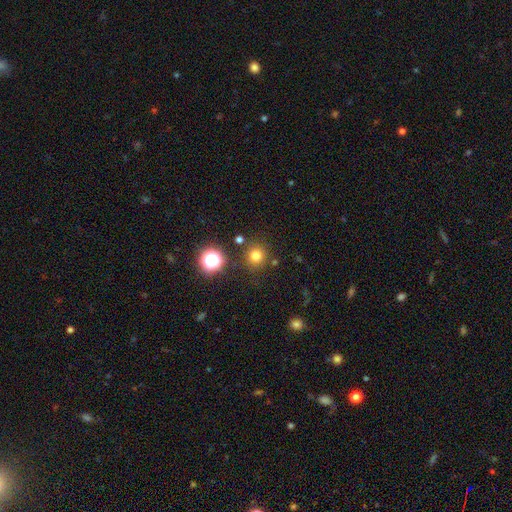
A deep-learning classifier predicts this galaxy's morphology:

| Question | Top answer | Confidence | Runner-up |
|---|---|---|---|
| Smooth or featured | smooth | 74% | star or artifact (19%) |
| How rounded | round | 94% | in between (5%) |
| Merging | none | 85% | minor disturbance (8%) |